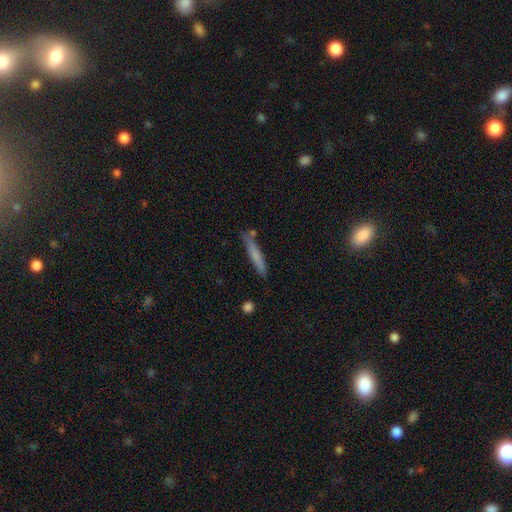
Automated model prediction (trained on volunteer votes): The model was most divided on "smooth or featured": smooth: 68%, featured or disk: 25%, star or artifact: 6%. More confident: how rounded — cigar-shaped (94%); merging — none (77%).